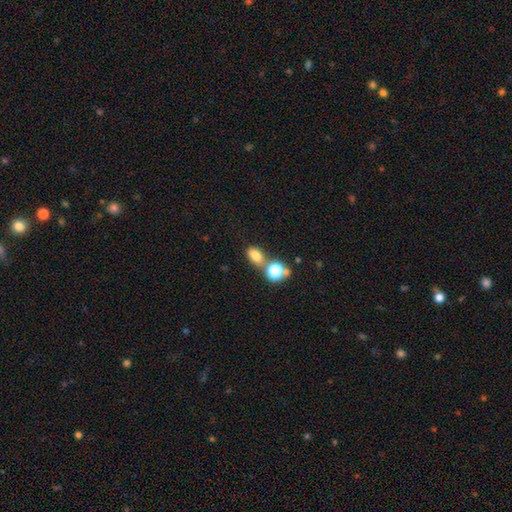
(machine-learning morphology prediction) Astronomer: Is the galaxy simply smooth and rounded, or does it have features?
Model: smooth — 76%.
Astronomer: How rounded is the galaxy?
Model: in between — 74%.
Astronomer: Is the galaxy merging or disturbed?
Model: none — 54% (runner-up: merger, 30%).